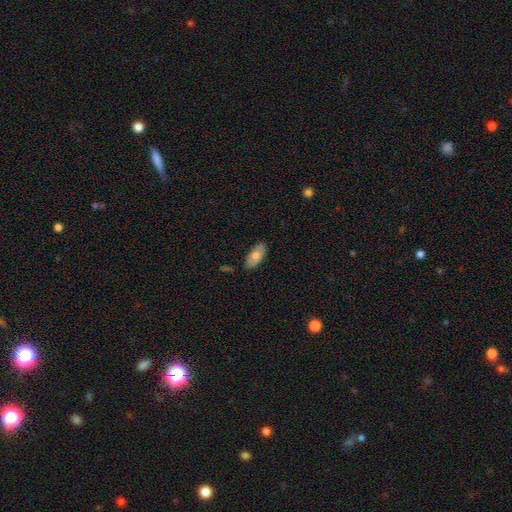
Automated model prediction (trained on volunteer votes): This appears to be a smooth galaxy with no disk features (62%) that is in between round and cigar-shaped (91%). Merging: none (82%).